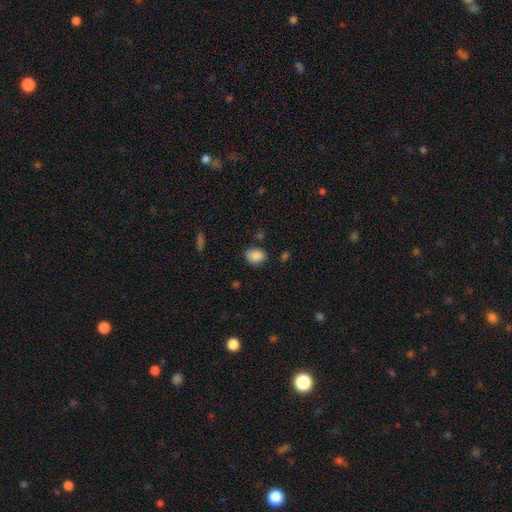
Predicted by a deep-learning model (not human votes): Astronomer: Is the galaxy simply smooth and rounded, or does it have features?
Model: smooth — 88%.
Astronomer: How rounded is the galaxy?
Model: in between — 64%.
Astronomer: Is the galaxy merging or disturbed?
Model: none — 79%.